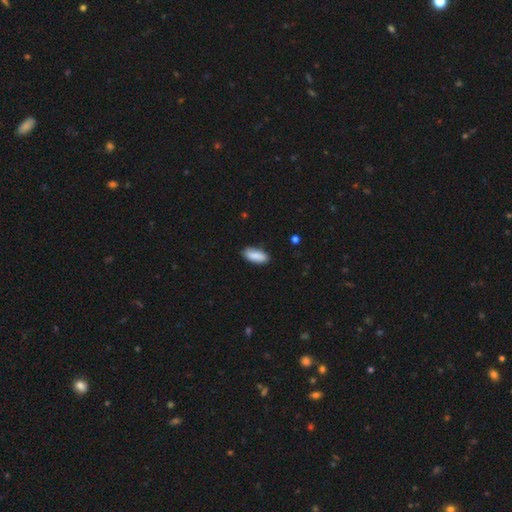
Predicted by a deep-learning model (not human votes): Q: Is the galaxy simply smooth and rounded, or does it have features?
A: smooth — 88%.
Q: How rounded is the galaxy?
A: in between — 83%.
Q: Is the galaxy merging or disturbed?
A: none — 85%.